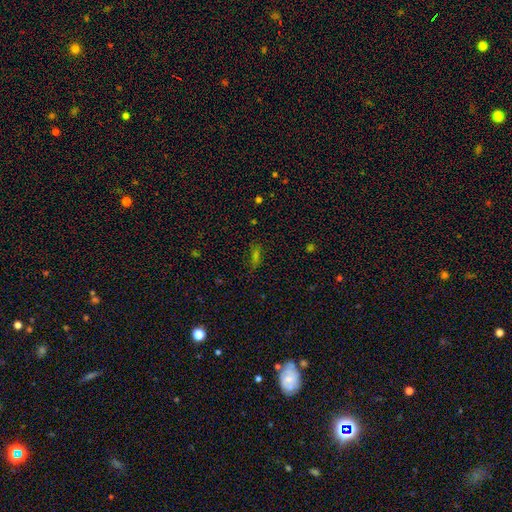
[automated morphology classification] A smooth galaxy with no disk features (52%) that is cigar-shaped (49%).

Vote fractions:
- Smooth or featured? smooth: 52% / star or artifact: 32% / featured or disk: 16%
- How rounded? cigar-shaped: 49% / in between: 44% / round: 7%
- Merging? none: 77% / minor disturbance: 14% / major disturbance: 6% / merger: 2%